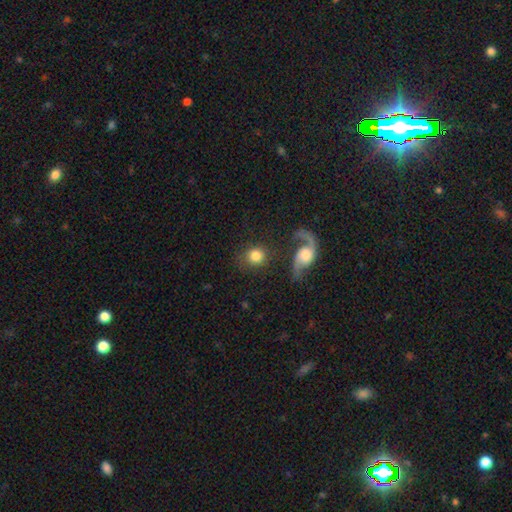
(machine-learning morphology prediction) Overall: smooth (75%). How rounded: round (84%). Merging: none (69%).